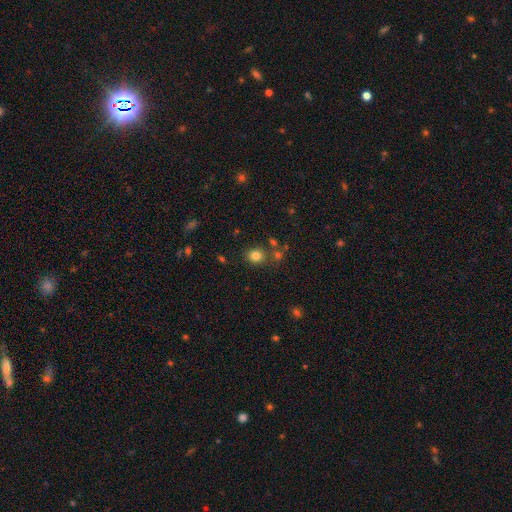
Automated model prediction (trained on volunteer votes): smooth_or_featured: smooth (p=0.79) [alt: star or artifact p=0.14]
how_rounded: round (p=0.72) [alt: in between p=0.27]
merging: none (p=0.78) [alt: minor disturbance p=0.10]